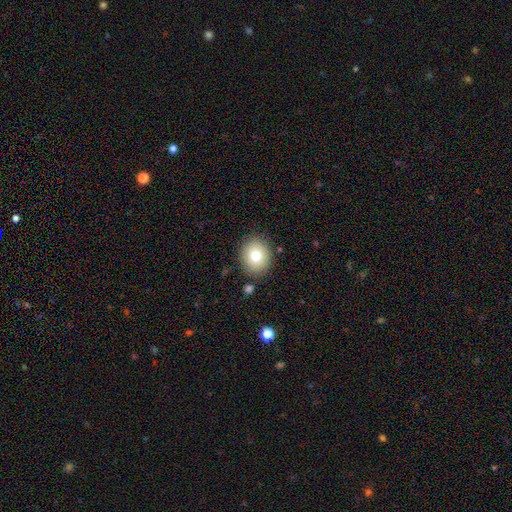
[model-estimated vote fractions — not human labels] This is likely a smooth galaxy (78%). How rounded: likely round (62%). Merging: clearly none (85%).